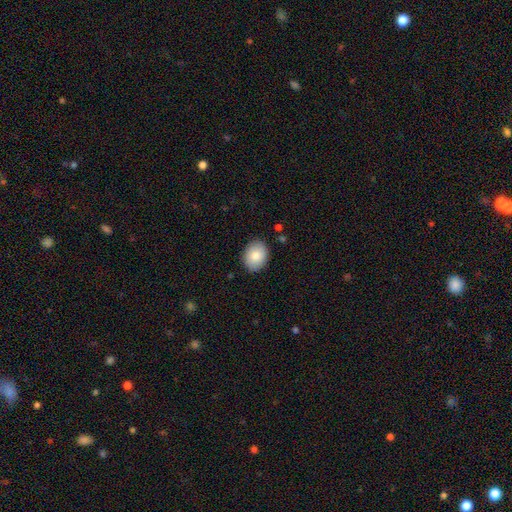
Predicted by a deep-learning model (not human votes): The model was most divided on "how rounded": in between: 62%, round: 37%, cigar-shaped: 1%. More confident: merging — none (88%); smooth or featured — smooth (82%).